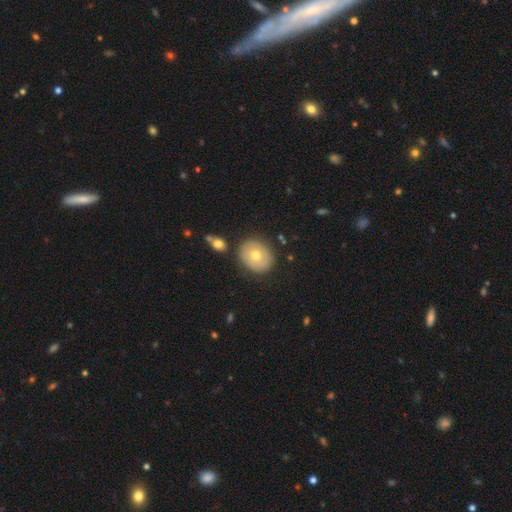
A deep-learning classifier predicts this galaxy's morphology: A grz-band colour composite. It shows a smooth galaxy with no disk features (60%) that is round (63%). Merging: none (84%).